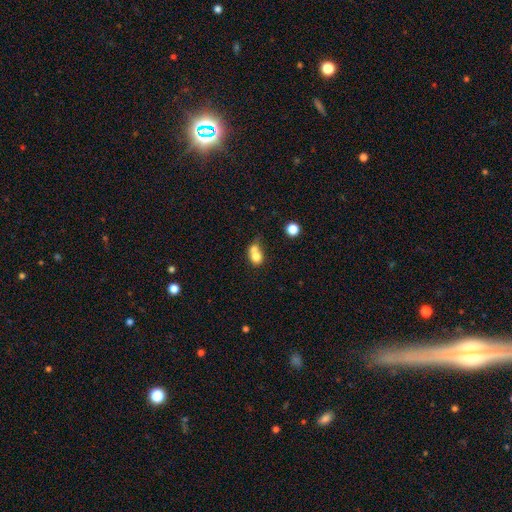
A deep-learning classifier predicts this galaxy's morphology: Smooth or featured? smooth (73%)
How rounded? round (64%)
Merging? merger (63%)